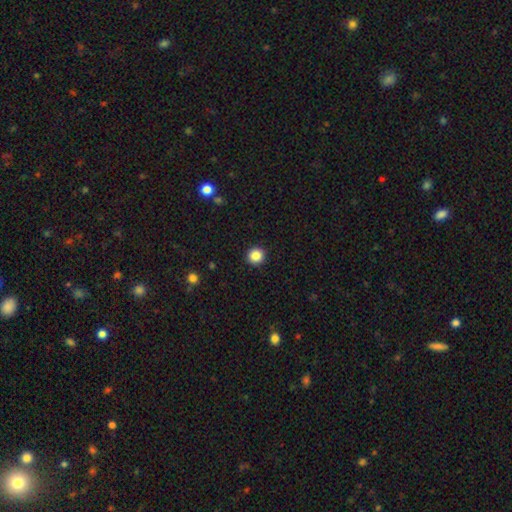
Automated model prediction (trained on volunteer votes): Smooth or featured: smooth — 86% (star or artifact — 10%)
How rounded: round — 94% (in between — 5%)
Merging: none — 93% (minor disturbance — 4%)